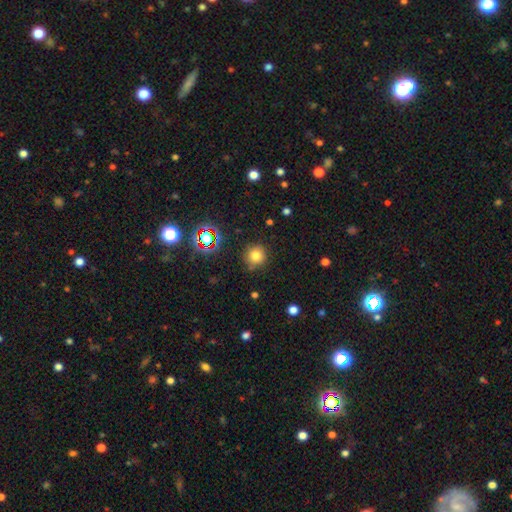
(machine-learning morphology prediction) Overall: smooth (75%). How rounded: round (92%). Merging: none (82%).